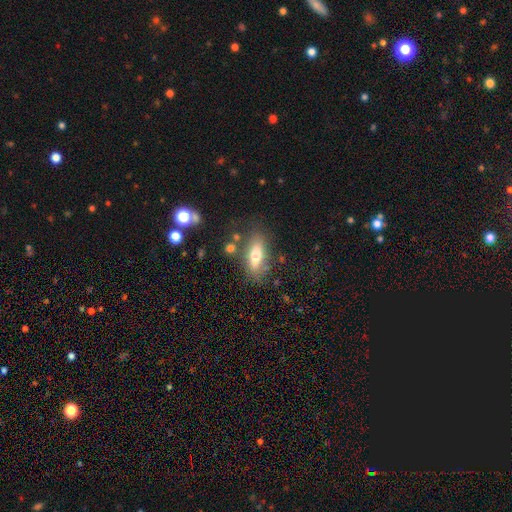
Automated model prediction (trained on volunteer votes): Q: Smooth or featured?
A: smooth (68%); runner-up: featured or disk (24%)
Q: How rounded?
A: in between (65%); runner-up: cigar-shaped (32%)
Q: Merging?
A: none (72%); runner-up: minor disturbance (16%)